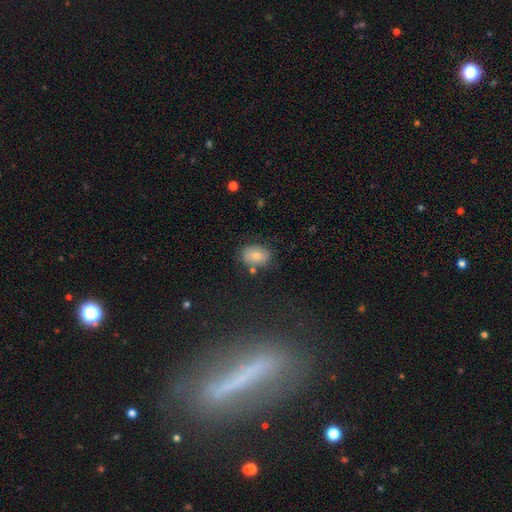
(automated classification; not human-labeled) Smooth or featured: smooth — 72% (featured or disk — 17%)
How rounded: in between — 64% (round — 34%)
Merging: none — 74% (minor disturbance — 16%)